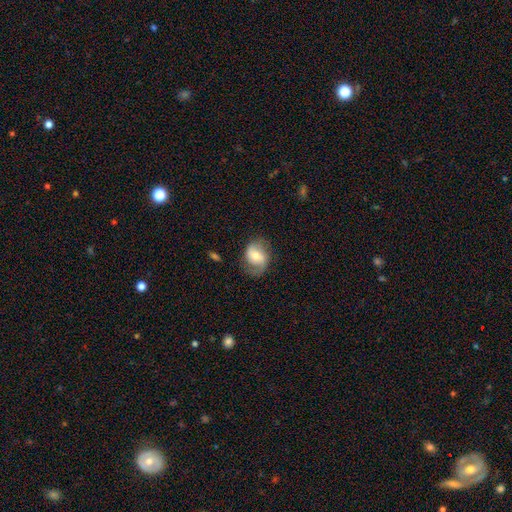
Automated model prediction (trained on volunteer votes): This appears to be a featured or disk galaxy (62%) with no bar (43%), 2 (75%) medium (42%) spiral arms (88%) and a moderate central bulge (56%). Merging: none (66%).